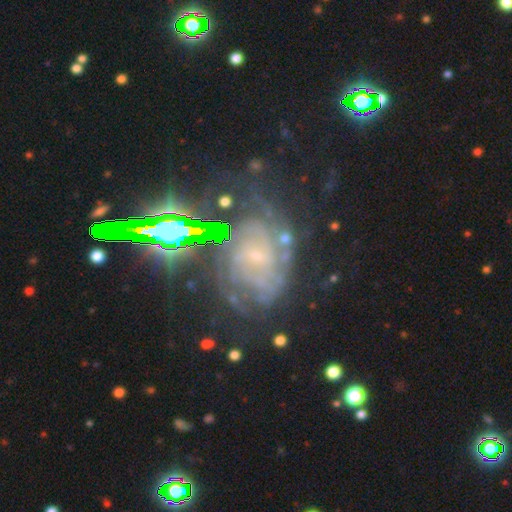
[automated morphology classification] This appears to be a featured or disk galaxy (69%) with no bar (60%), tight (58%) spiral arms (89%) and a small central bulge (72%). Merging: none (58%).